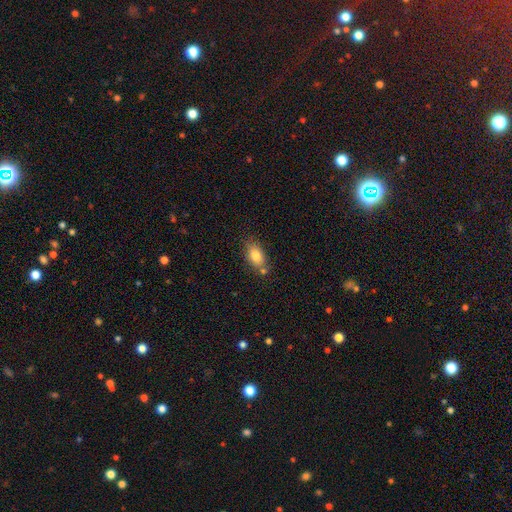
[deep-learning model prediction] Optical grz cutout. It shows a smooth galaxy with no disk features (81%) that is in between round and cigar-shaped (88%). Merging: none (67%).